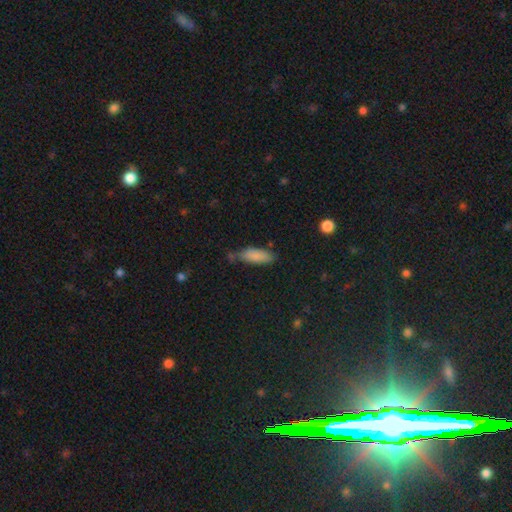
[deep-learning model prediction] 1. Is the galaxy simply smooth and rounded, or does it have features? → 85% smooth, 8% featured or disk, 7% star or artifact.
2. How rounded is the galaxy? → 68% in between, 30% cigar-shaped, 2% round.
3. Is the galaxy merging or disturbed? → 62% none, 25% minor disturbance, 7% merger, 6% major disturbance.